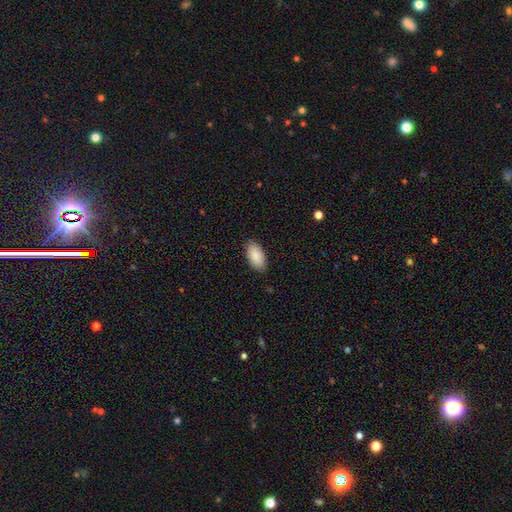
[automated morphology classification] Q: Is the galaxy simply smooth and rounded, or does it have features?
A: smooth — 89%.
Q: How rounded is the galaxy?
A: in between — 95%.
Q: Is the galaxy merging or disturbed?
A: none — 87%.